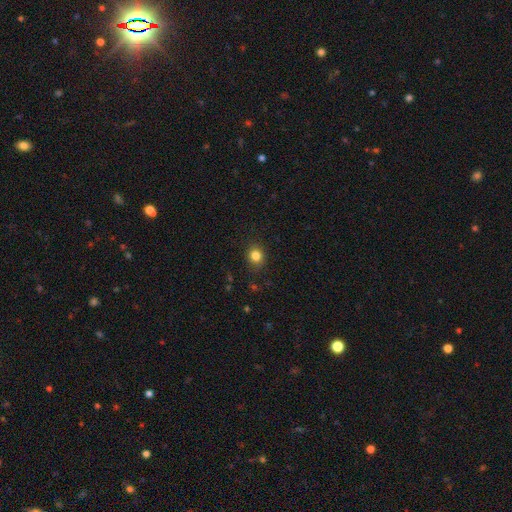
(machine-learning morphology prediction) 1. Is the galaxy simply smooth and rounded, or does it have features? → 83% smooth, 12% star or artifact, 5% featured or disk.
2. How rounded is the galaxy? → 78% round, 21% in between, 1% cigar-shaped.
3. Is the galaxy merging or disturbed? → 87% none, 9% minor disturbance, 3% major disturbance, 1% merger.